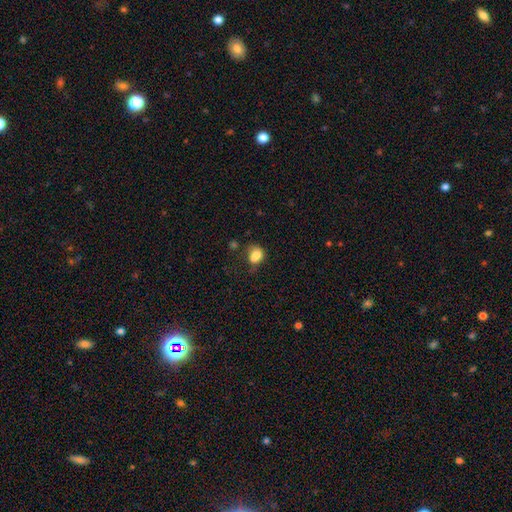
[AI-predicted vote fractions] smooth-or-featured: smooth: 81% | star or artifact: 11% | featured or disk: 9%
  how-rounded: in between: 55% | round: 43% | cigar-shaped: 1%
  merging: none: 40% | minor disturbance: 30% | major disturbance: 16% | merger: 13%